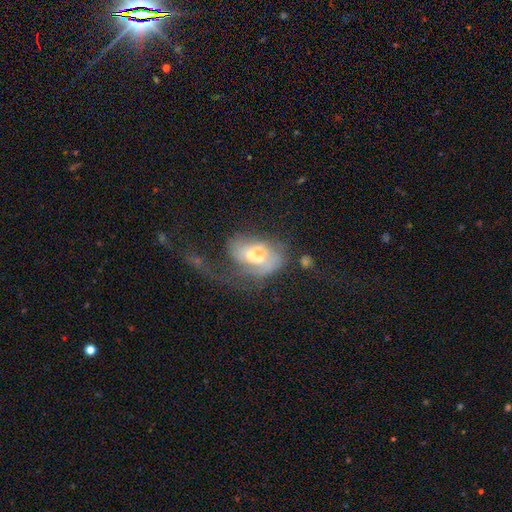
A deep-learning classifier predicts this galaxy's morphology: Smooth or featured? featured or disk (54%)
Edge-on disk? no (95%)
Bar? no (62%)
Spiral arms? no (58%)
Bulge size? moderate (61%)
Merging? major disturbance (37%)